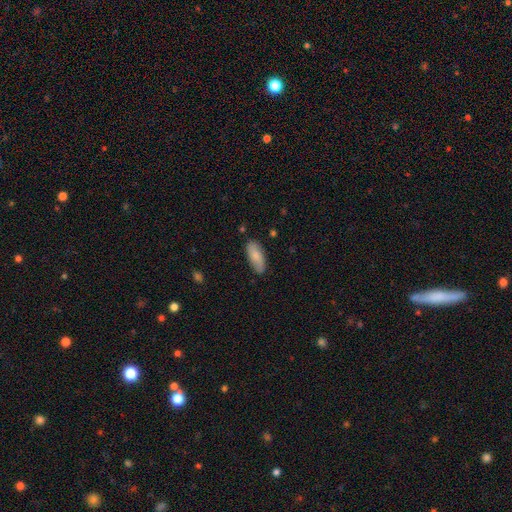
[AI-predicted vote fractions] smooth 79%, featured or disk 15%, star or artifact 6%. Down the decision tree: how rounded — in between (79%); merging — none (83%).